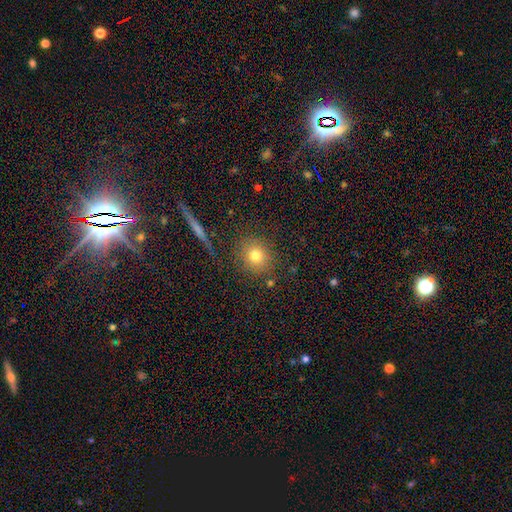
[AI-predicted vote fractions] Morphology: type=smooth (76%); roundness=round (85%); merging=none (85%).